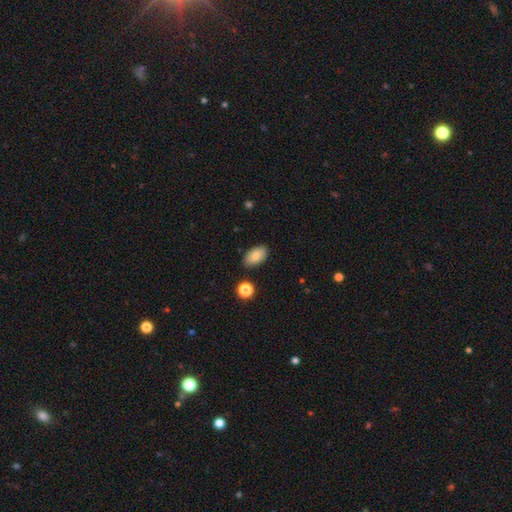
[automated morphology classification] Smooth or featured: smooth — 83% (featured or disk — 9%)
How rounded: in between — 93% (round — 5%)
Merging: none — 85% (minor disturbance — 10%)